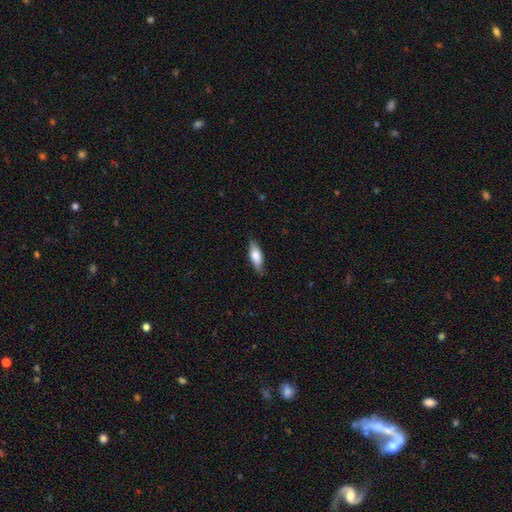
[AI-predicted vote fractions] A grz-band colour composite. It shows a smooth galaxy with no disk features (74%) that is in between round and cigar-shaped (62%). Merging: none (81%).